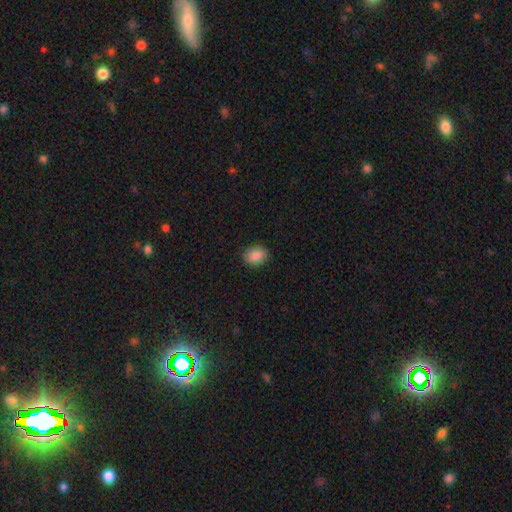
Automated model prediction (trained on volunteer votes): smooth-or-featured: smooth: 86% | star or artifact: 9% | featured or disk: 5%
  how-rounded: in between: 56% | round: 43% | cigar-shaped: 1%
  merging: none: 89% | minor disturbance: 8% | major disturbance: 2% | merger: 1%